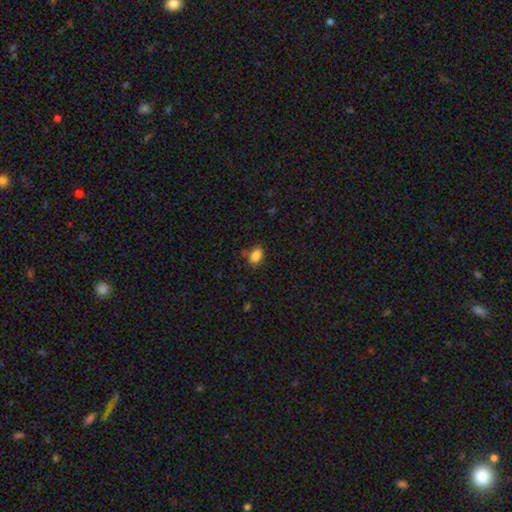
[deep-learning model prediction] A smooth galaxy with no disk features (86%) that is in between round and cigar-shaped (80%).

Vote fractions:
- Smooth or featured? smooth: 86% / star or artifact: 10% / featured or disk: 4%
- How rounded? in between: 80% / round: 19% / cigar-shaped: 1%
- Merging? none: 78% / minor disturbance: 14% / merger: 5% / major disturbance: 3%